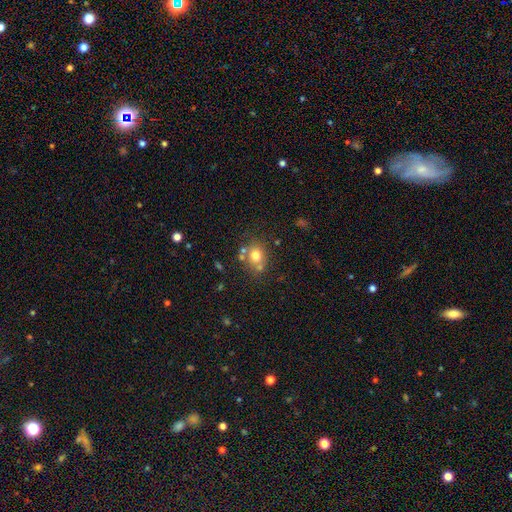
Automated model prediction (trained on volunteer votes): The model was most divided on "merging": none: 61%, merger: 21%, minor disturbance: 13%, major disturbance: 5%. More confident: smooth or featured — smooth (72%); how rounded — round (71%).